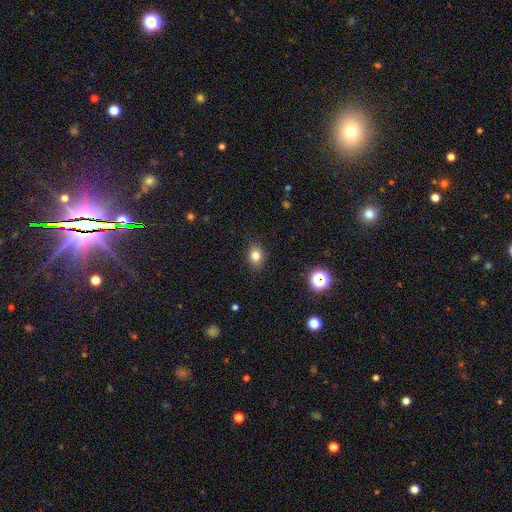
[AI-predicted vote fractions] A smooth galaxy with no disk features (80%) that is in between round and cigar-shaped (51%). Merging: none (87%).